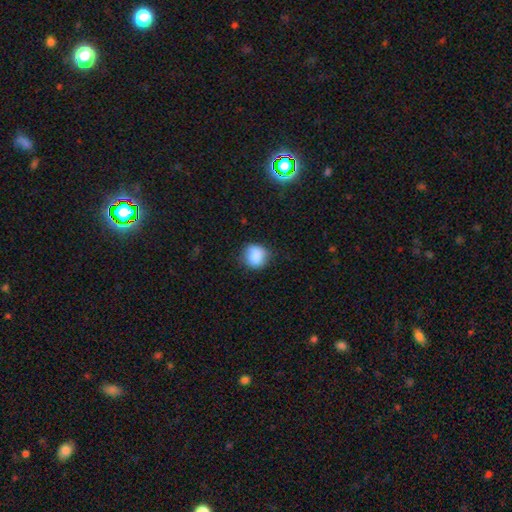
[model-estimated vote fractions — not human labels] Overall: smooth (85%). How rounded: round (78%). Merging: none (73%).